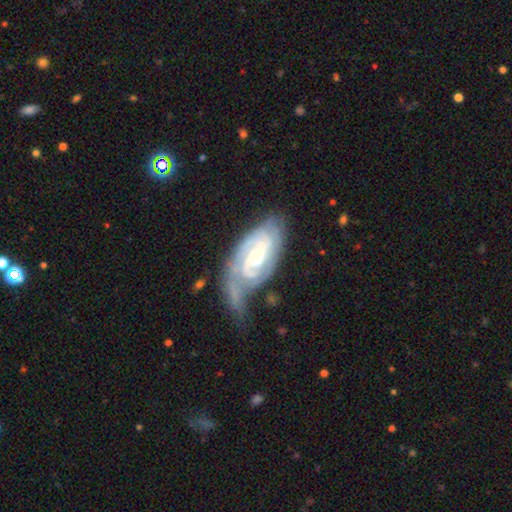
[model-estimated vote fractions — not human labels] Smooth or featured? featured or disk (88%)
Edge-on disk? no (96%)
Bar? weak (45%)
Spiral arms? yes (98%)
Spiral winding? tight (66%)
Spiral arm count? 2 (56%)
Bulge size? small (52%)
Merging? none (49%)